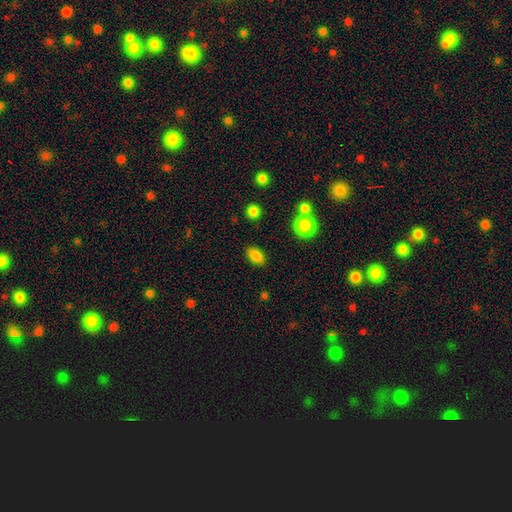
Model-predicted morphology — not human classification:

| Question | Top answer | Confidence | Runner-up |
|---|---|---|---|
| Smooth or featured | smooth | 85% | star or artifact (9%) |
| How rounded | in between | 88% | round (10%) |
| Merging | none | 85% | minor disturbance (9%) |